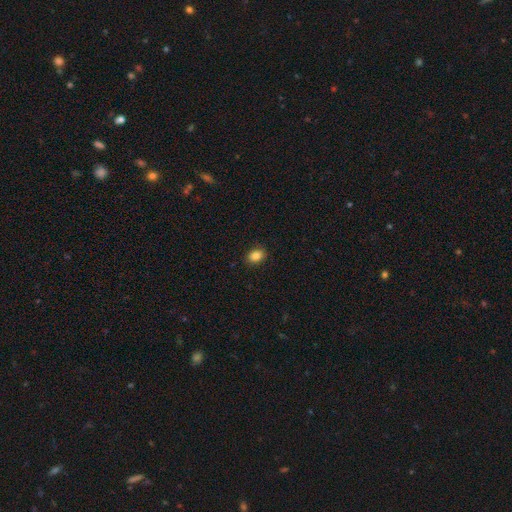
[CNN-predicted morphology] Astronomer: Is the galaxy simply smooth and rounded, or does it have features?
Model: smooth — 87%.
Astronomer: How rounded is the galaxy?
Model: in between — 68%.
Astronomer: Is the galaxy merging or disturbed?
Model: none — 88%.